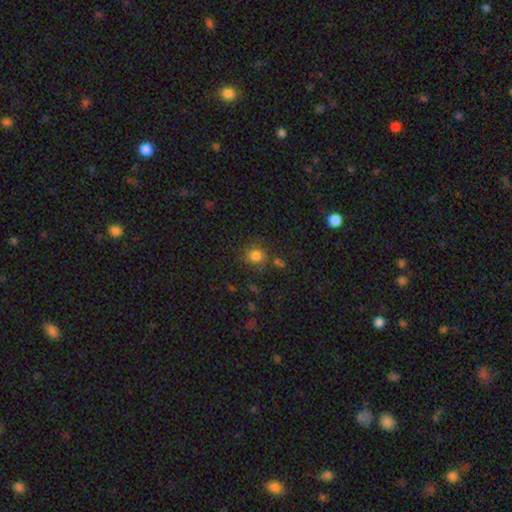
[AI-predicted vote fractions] smooth-or-featured: smooth: 80% | star or artifact: 14% | featured or disk: 6%
  how-rounded: round: 84% | in between: 15% | cigar-shaped: 1%
  merging: none: 76% | minor disturbance: 13% | merger: 6% | major disturbance: 5%